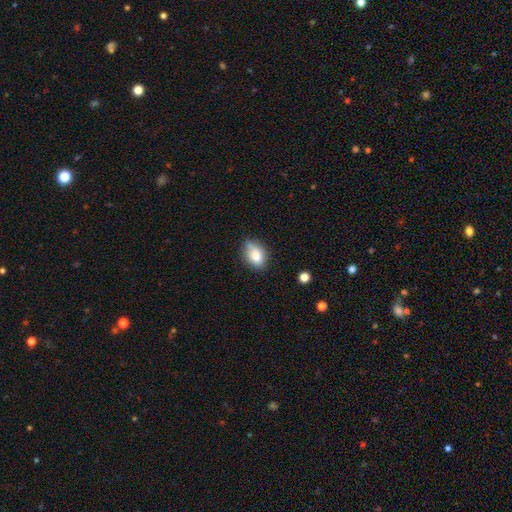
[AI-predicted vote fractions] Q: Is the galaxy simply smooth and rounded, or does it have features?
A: smooth — 81%.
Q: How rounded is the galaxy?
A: in between — 81%.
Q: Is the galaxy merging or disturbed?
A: none — 60%.